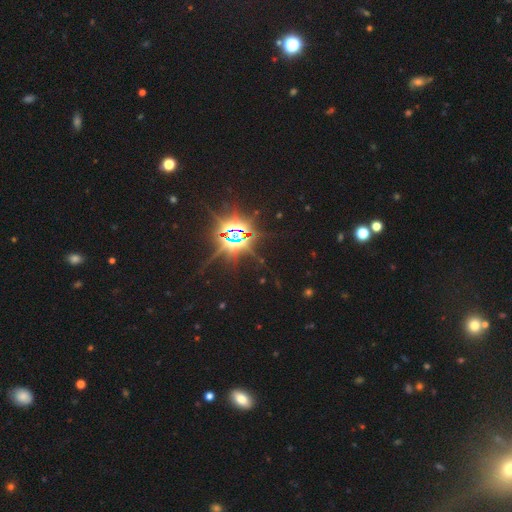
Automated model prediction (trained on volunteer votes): Smooth or featured: star or artifact — 86% (smooth — 7%)